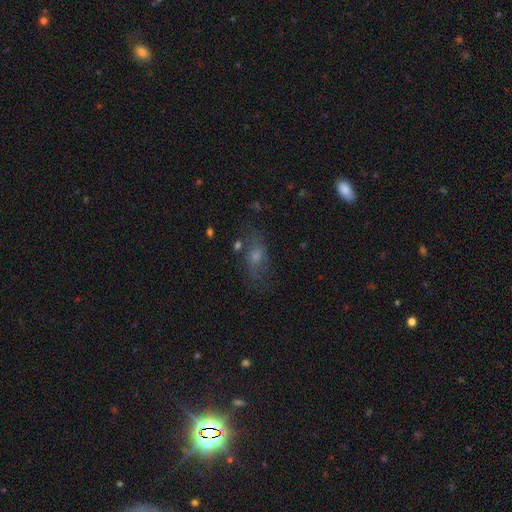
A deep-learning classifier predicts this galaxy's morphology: Smooth or featured? Predicted: smooth (p=0.38). Merging? Predicted: none (p=0.69).